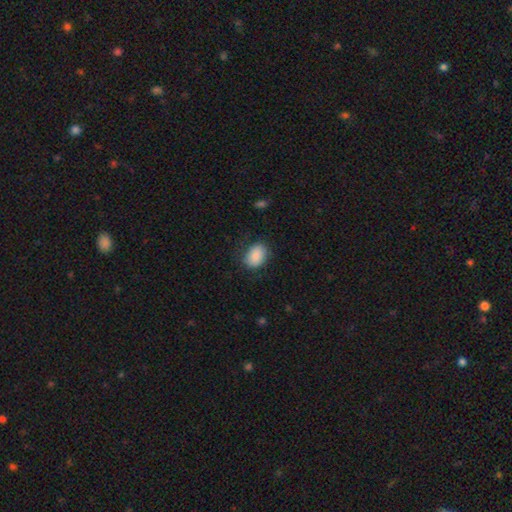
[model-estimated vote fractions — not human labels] This appears to be a smooth galaxy with no disk features (86%) that is in between round and cigar-shaped (73%). Merging: none (76%).